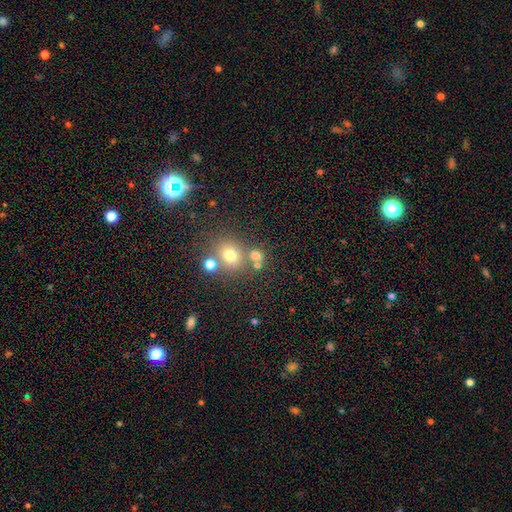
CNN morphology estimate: Smooth or featured?
  - smooth: 69% *
  - star or artifact: 20%
  - featured or disk: 11%
How rounded?
  - round: 77% *
  - in between: 22%
  - cigar-shaped: 1%
Merging?
  - none: 61% *
  - merger: 25%
  - minor disturbance: 9%
  - major disturbance: 5%